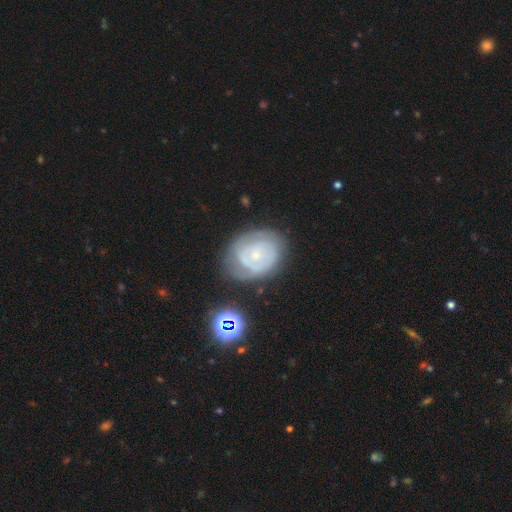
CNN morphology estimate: type=featured or disk (72%); edge-on=no (97%); bar=no (77%); spiral arms=yes (81%); winding=tight (68%); arm count=can't tell (45%); bulge=small (79%); merging=none (60%).